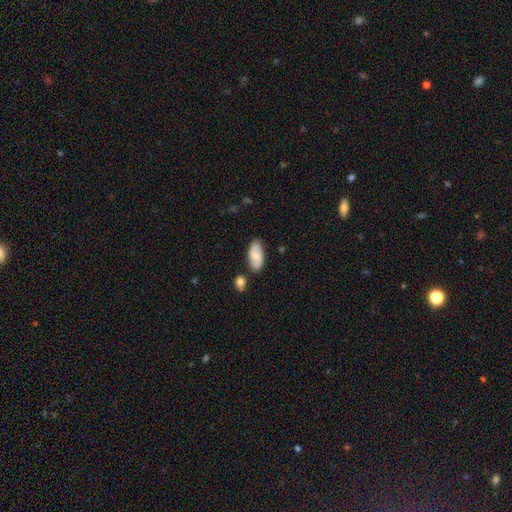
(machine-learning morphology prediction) Smooth or featured: smooth — 68% (featured or disk — 25%)
How rounded: in between — 90% (cigar-shaped — 7%)
Merging: none — 74% (minor disturbance — 16%)